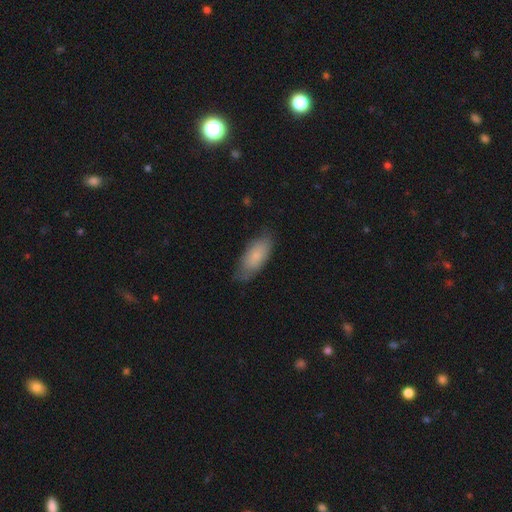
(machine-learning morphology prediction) This is likely a smooth galaxy (80%). How rounded: clearly in between (83%). Merging: likely none (72%).